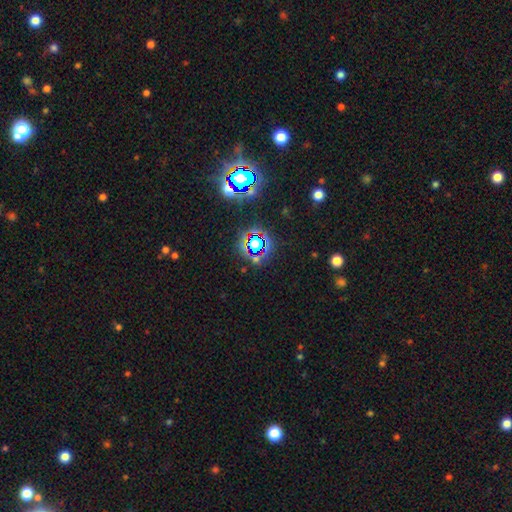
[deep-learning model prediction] Smooth or featured? star or artifact (76%)